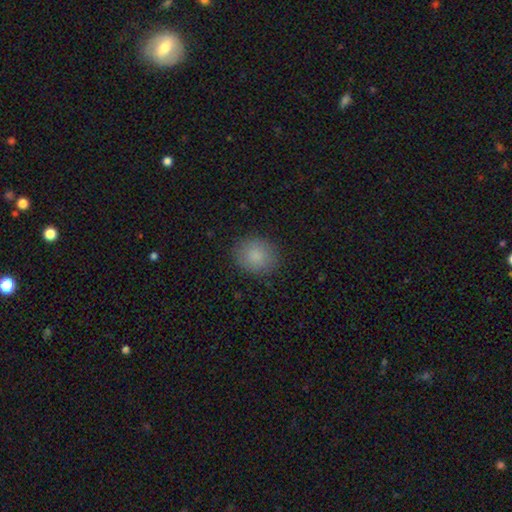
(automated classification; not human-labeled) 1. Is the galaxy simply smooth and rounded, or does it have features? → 86% smooth, 8% star or artifact, 6% featured or disk.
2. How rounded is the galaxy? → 68% round, 31% in between, 1% cigar-shaped.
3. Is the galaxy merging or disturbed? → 86% none, 10% minor disturbance, 3% major disturbance, 1% merger.